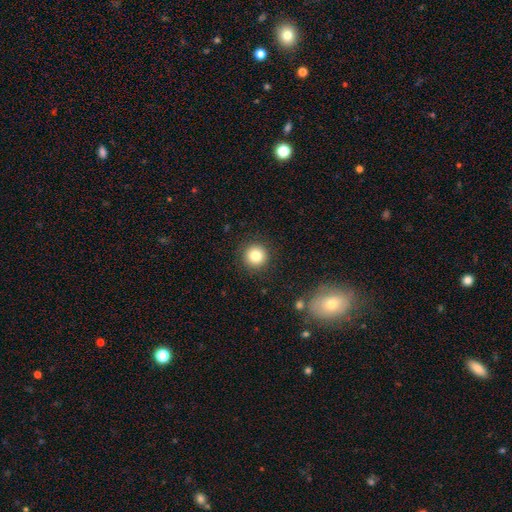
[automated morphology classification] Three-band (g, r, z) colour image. It shows a smooth galaxy with no disk features (82%) that is round (95%). Merging: none (91%).